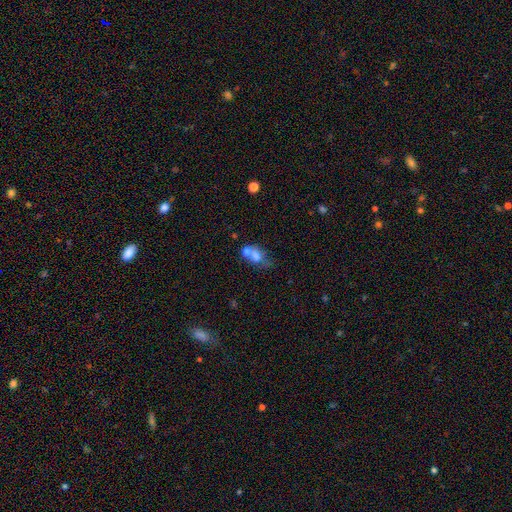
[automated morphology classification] smooth_or_featured: smooth (p=0.62) [alt: featured or disk p=0.26]
how_rounded: in between (p=0.58) [alt: round p=0.40]
merging: merger (p=0.60) [alt: none p=0.23]